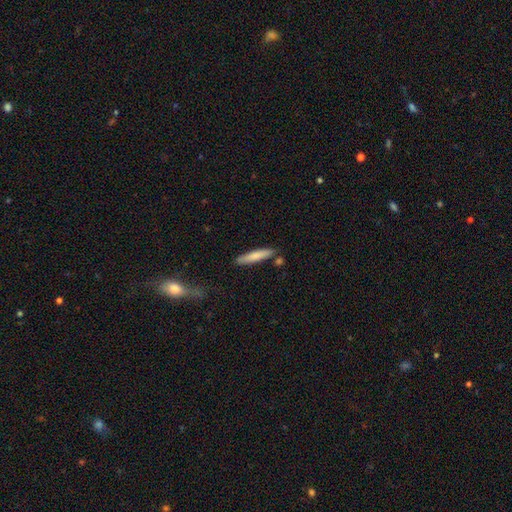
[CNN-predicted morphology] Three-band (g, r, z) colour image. It shows a smooth galaxy with no disk features (76%) that is cigar-shaped (88%). Merging: none (84%).